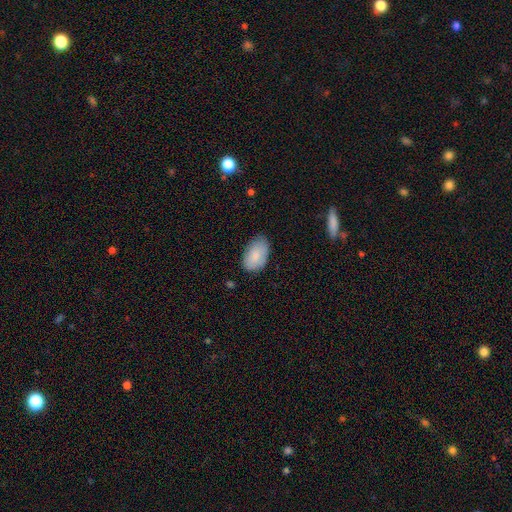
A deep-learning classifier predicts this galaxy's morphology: Smooth or featured: smooth — 84% (featured or disk — 10%)
How rounded: in between — 93% (round — 6%)
Merging: none — 72% (minor disturbance — 23%)